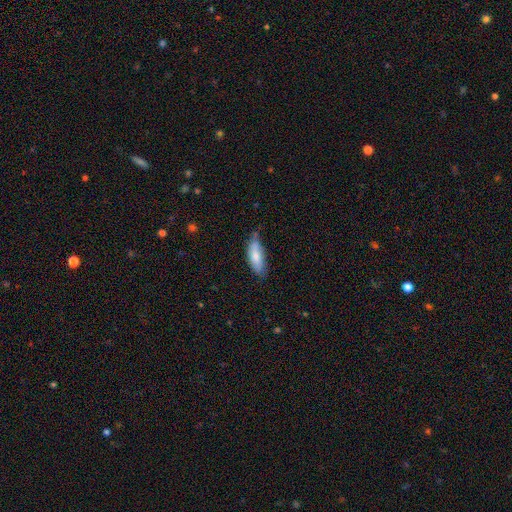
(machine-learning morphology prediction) This is likely a smooth galaxy (77%). How rounded: likely in between (66%). Merging: likely none (62%).